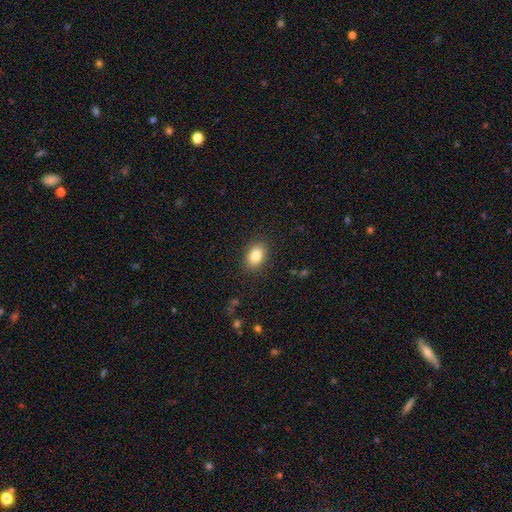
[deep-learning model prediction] A smooth galaxy with no disk features (84%) that is in between round and cigar-shaped (82%).

Vote fractions:
- Smooth or featured? smooth: 84% / star or artifact: 9% / featured or disk: 7%
- How rounded? in between: 82% / round: 17% / cigar-shaped: 1%
- Merging? none: 88% / minor disturbance: 9% / major disturbance: 3% / merger: 1%